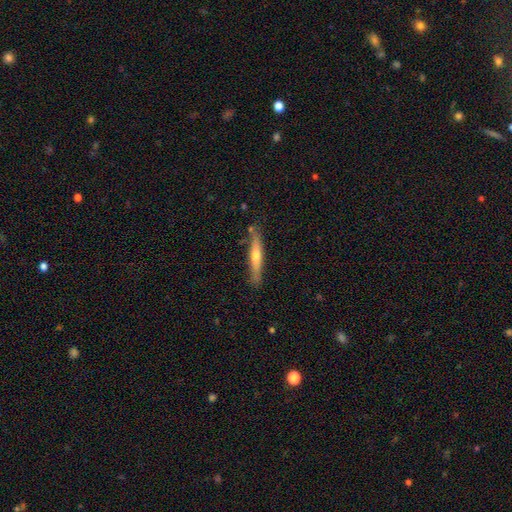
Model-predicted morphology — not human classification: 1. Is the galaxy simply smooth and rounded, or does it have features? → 54% featured or disk, 40% smooth, 6% star or artifact.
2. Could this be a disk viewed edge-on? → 93% yes, 7% no.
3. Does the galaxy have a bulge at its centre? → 80% rounded, 16% none, 4% boxy.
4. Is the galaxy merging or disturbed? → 82% none, 13% minor disturbance, 3% merger, 2% major disturbance.